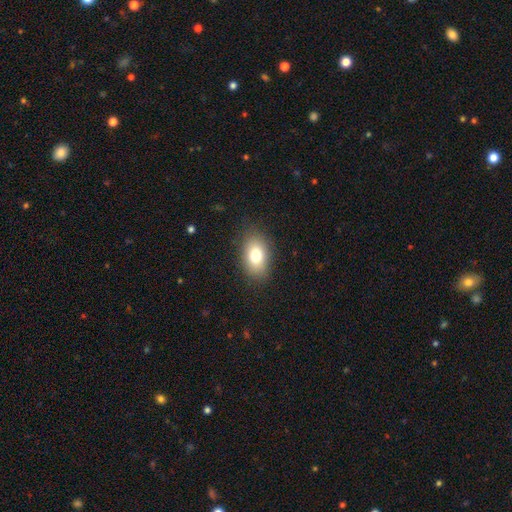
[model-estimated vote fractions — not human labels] A smooth galaxy with no disk features (78%) that is in between round and cigar-shaped (86%).

Vote fractions:
- Smooth or featured? smooth: 78% / featured or disk: 13% / star or artifact: 10%
- How rounded? in between: 86% / round: 12% / cigar-shaped: 2%
- Merging? none: 84% / minor disturbance: 12% / major disturbance: 4% / merger: 1%